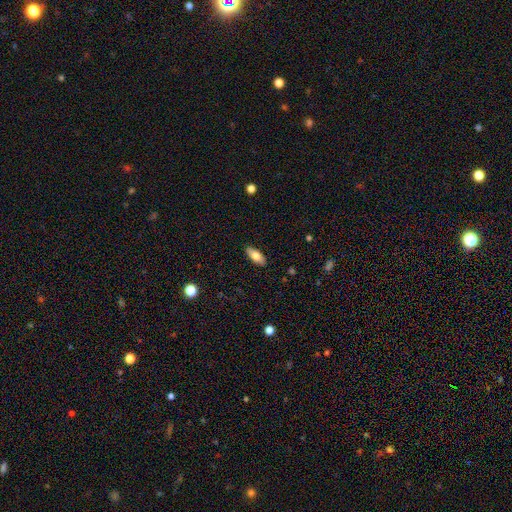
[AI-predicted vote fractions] Smooth or featured? Predicted: smooth (p=0.76). How rounded? Predicted: in between (p=0.83). Merging? Predicted: none (p=0.89).